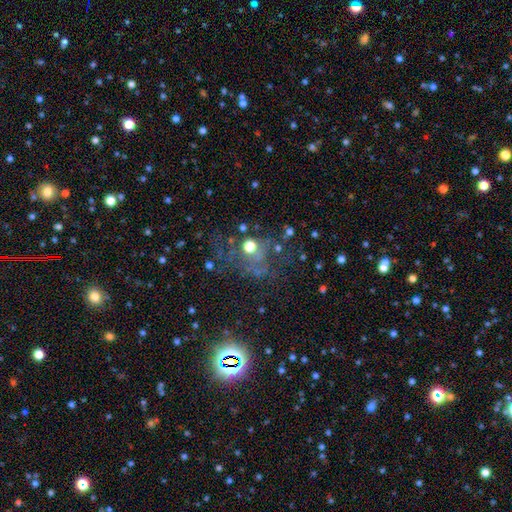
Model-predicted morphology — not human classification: Overall: star or artifact (53%; smooth 27%).